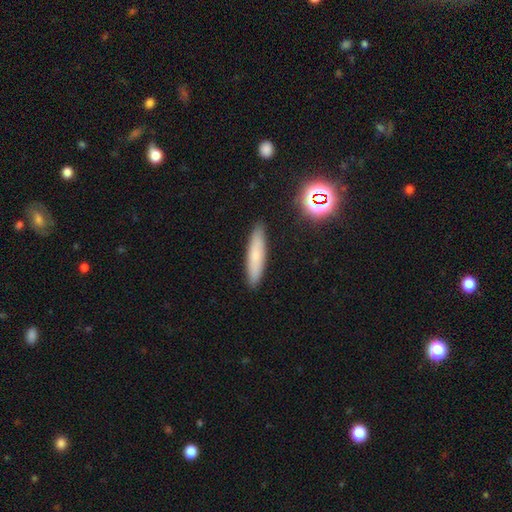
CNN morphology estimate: smooth_or_featured: smooth (p=0.70) [alt: featured or disk p=0.20]
how_rounded: cigar-shaped (p=0.84) [alt: in between p=0.14]
merging: none (p=0.90) [alt: minor disturbance p=0.08]